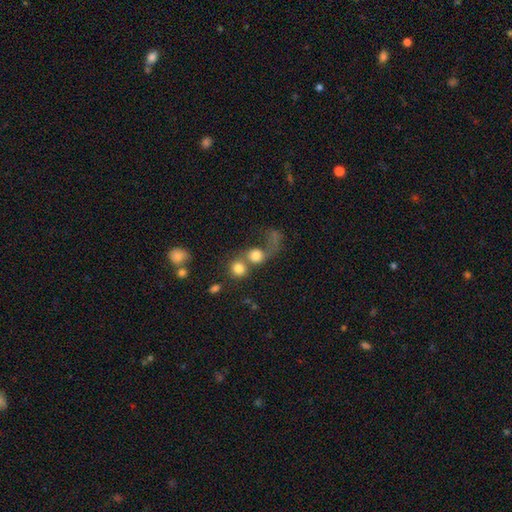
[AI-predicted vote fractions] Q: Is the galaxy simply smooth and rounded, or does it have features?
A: smooth — 72%.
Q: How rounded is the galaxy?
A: round — 80%.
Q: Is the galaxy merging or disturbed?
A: merger — 53%.